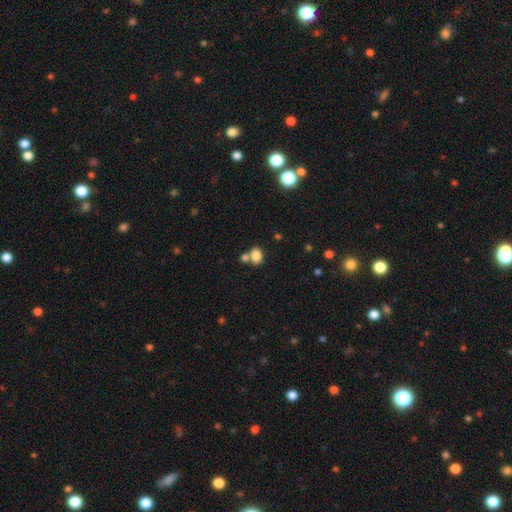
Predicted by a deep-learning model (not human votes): Q: Smooth or featured?
A: smooth (82%); runner-up: star or artifact (10%)
Q: How rounded?
A: in between (74%); runner-up: round (25%)
Q: Merging?
A: none (51%); runner-up: merger (34%)